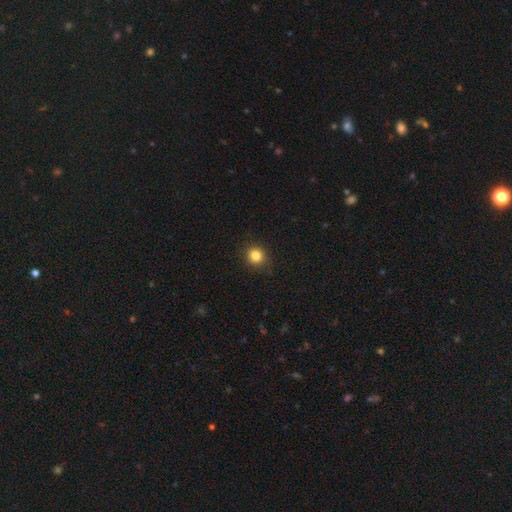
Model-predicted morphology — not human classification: The model was most divided on "smooth or featured": smooth: 84%, star or artifact: 12%, featured or disk: 5%. More confident: merging — none (89%); how rounded — round (88%).